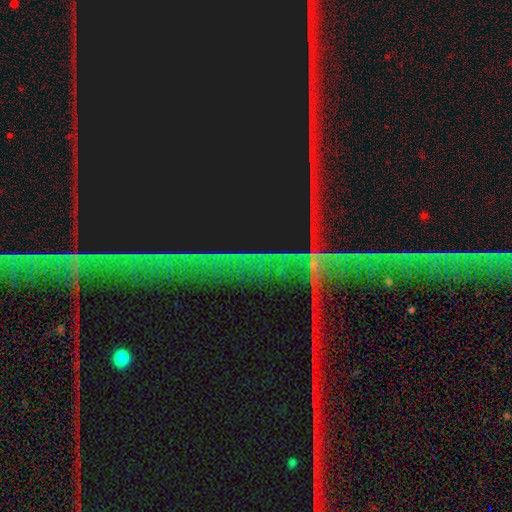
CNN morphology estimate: This appears to be a star or artifact, not a galaxy (86%).